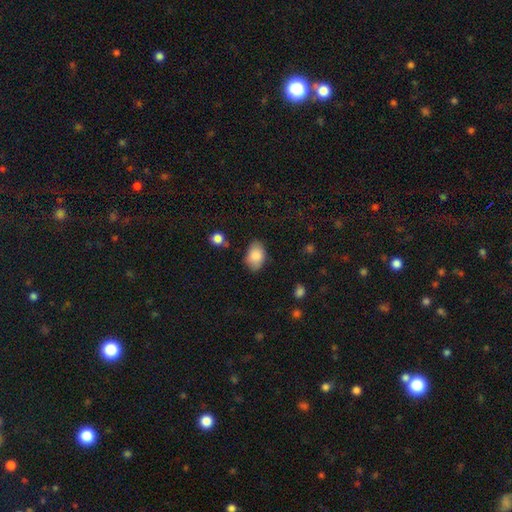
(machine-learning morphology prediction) smooth 86%, featured or disk 7%, star or artifact 7%. Down the decision tree: how rounded — in between (88%); merging — none (78%).